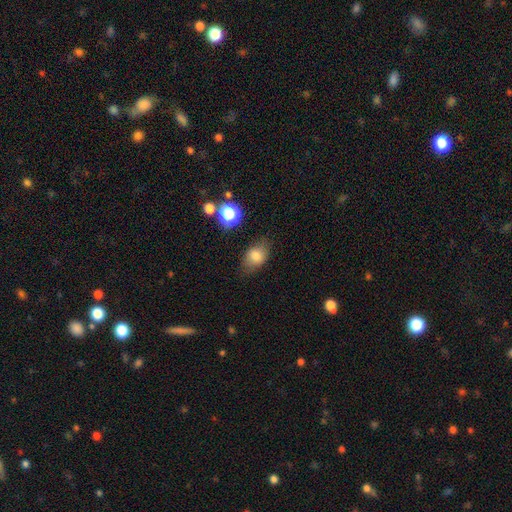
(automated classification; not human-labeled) This is likely a smooth galaxy (77%). How rounded: likely in between (72%). Merging: likely none (68%).